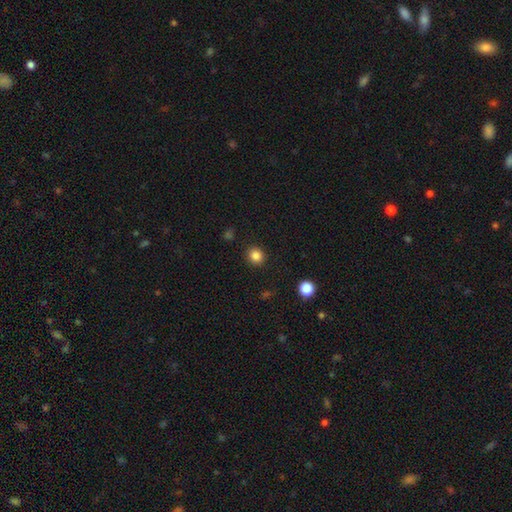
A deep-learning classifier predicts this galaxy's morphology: This appears to be a smooth galaxy with no disk features (85%) that is round (85%). Merging: none (91%).